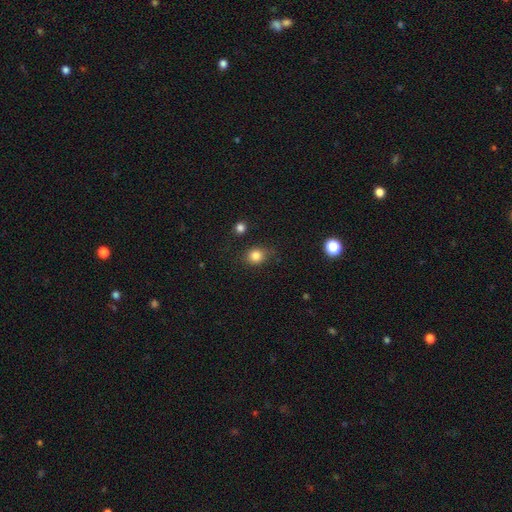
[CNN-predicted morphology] type=smooth (83%); roundness=round (71%); merging=none (78%).